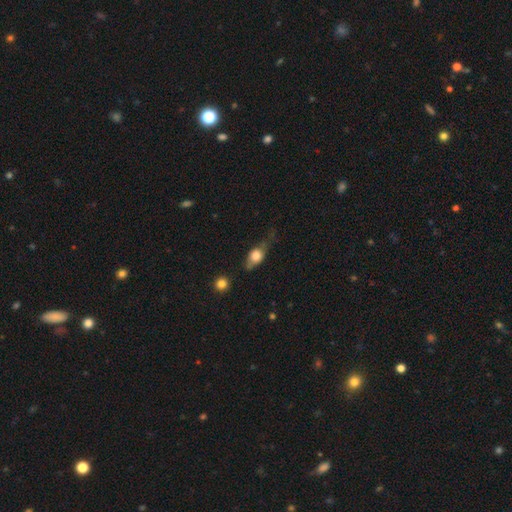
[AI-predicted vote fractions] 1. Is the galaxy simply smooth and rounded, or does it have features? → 63% smooth, 29% featured or disk, 8% star or artifact.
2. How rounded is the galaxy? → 64% in between, 23% round, 13% cigar-shaped.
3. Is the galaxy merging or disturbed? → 45% none, 34% minor disturbance, 17% major disturbance, 4% merger.